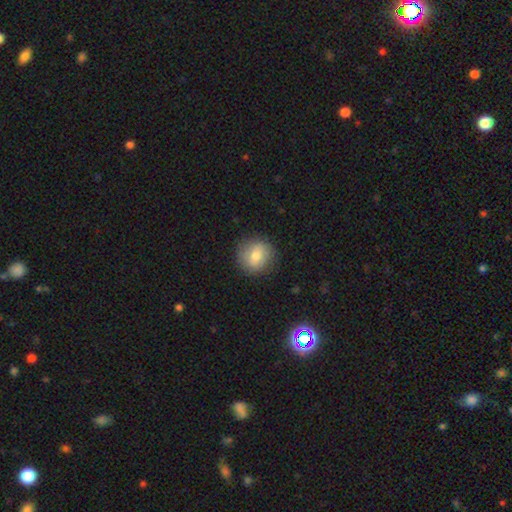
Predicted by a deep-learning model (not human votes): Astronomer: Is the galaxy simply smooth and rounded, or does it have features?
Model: smooth — 74%.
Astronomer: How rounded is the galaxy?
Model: round — 86%.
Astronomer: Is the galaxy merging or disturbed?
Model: none — 84%.